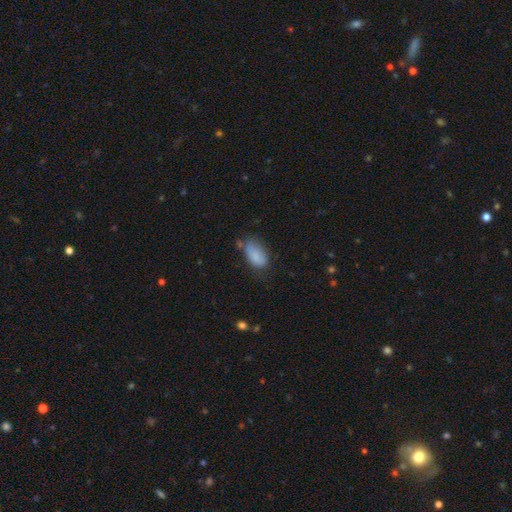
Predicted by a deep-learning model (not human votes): A smooth galaxy with no disk features (83%) that is in between round and cigar-shaped (92%). Merging: none (47%).